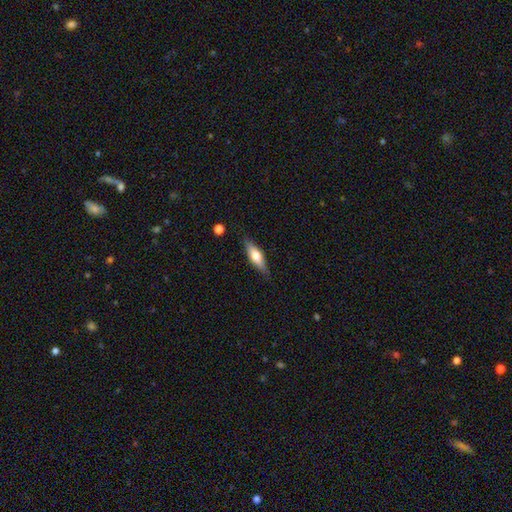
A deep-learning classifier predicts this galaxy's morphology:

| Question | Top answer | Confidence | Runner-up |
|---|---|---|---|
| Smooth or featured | smooth | 52% | featured or disk (41%) |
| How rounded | cigar-shaped | 53% | in between (45%) |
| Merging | none | 83% | minor disturbance (13%) |